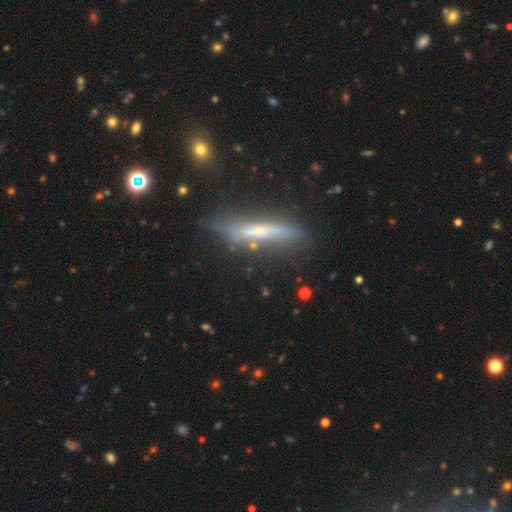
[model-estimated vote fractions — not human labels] Smooth or featured? Predicted: featured or disk (p=0.61). Edge-on disk? Predicted: yes (p=0.86). Edge-on bulge? Predicted: rounded (p=0.47). Merging? Predicted: none (p=0.74).